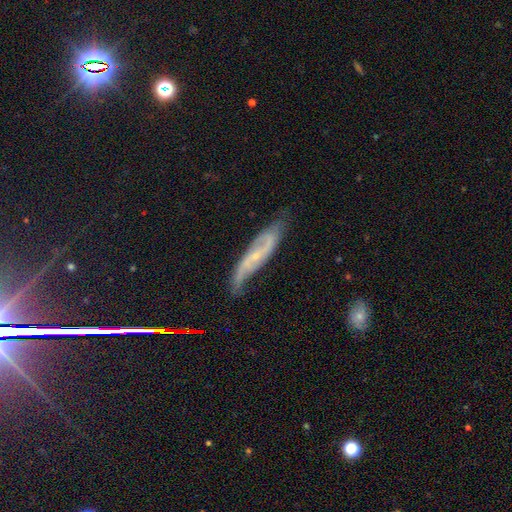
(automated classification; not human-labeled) A featured or disk galaxy (77%) with no bar (50%), 2 (83%) medium (39%, tied with loose) spiral arms (94%) and a small central bulge (77%). Merging: none (66%).